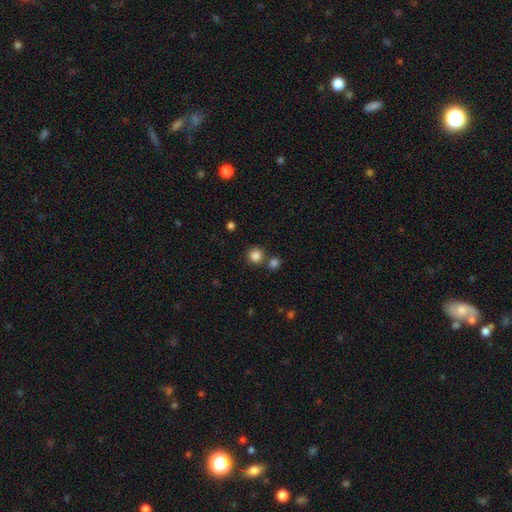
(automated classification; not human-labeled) A smooth galaxy with no disk features (84%) that is round (93%).

Vote fractions:
- Smooth or featured? smooth: 84% / star or artifact: 11% / featured or disk: 4%
- How rounded? round: 93% / in between: 7% / cigar-shaped: 1%
- Merging? none: 72% / merger: 18% / minor disturbance: 7% / major disturbance: 3%